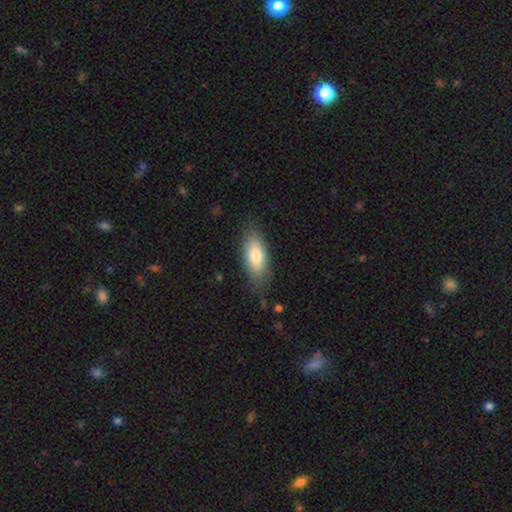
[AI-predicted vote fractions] Morphology: type=smooth (79%); roundness=in between (84%); merging=none (79%).